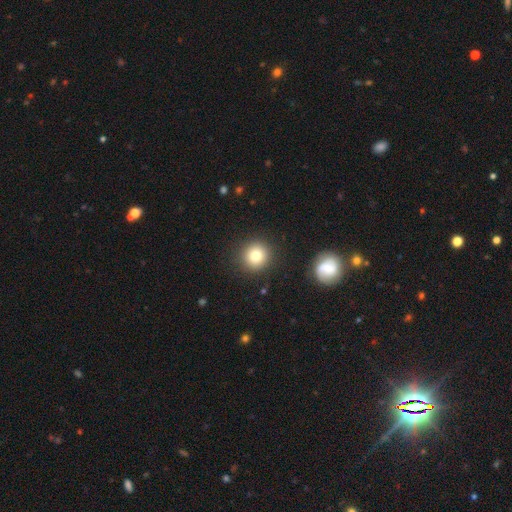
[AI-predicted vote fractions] smooth_or_featured: smooth (p=0.80) [alt: star or artifact p=0.11]
how_rounded: round (p=0.92) [alt: in between p=0.07]
merging: none (p=0.90) [alt: minor disturbance p=0.06]